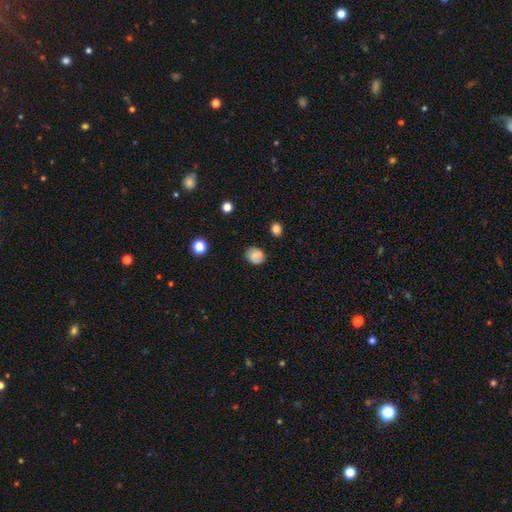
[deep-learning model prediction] Smooth or featured? smooth (66%)
How rounded? round (59%)
Merging? none (71%)